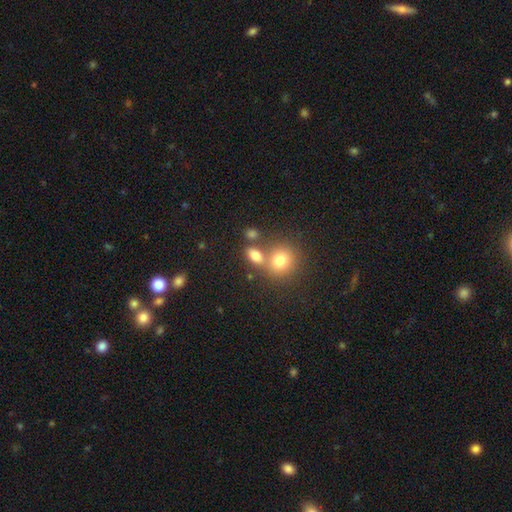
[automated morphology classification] Smooth or featured?
  - smooth: 79% *
  - star or artifact: 12%
  - featured or disk: 10%
How rounded?
  - in between: 71% *
  - round: 26%
  - cigar-shaped: 3%
Merging?
  - none: 52% *
  - merger: 33%
  - minor disturbance: 10%
  - major disturbance: 5%